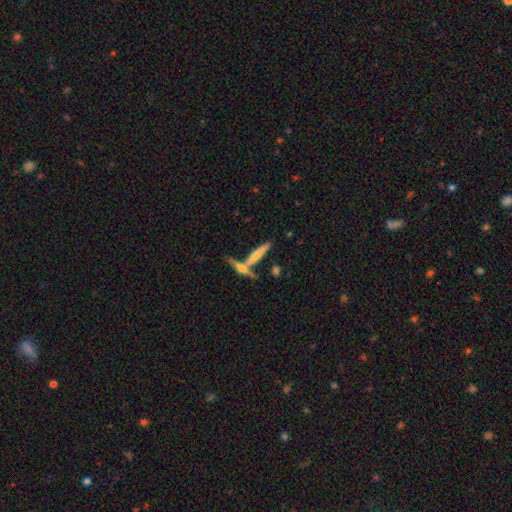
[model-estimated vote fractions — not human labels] Smooth or featured: featured or disk — 48% (smooth — 44%)
Merging: none — 55% (merger — 32%)